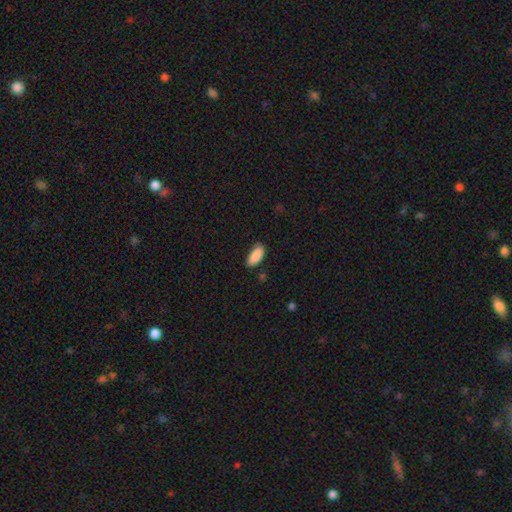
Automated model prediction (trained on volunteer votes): This is clearly a smooth galaxy (89%). How rounded: clearly in between (86%). Merging: likely none (76%).